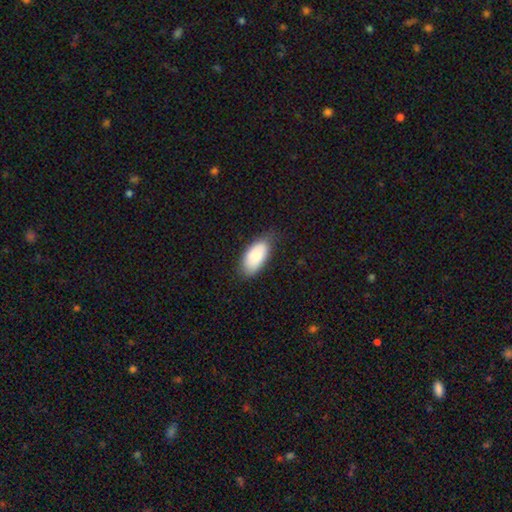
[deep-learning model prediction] Smooth or featured: smooth — 87% (featured or disk — 8%)
How rounded: in between — 94% (cigar-shaped — 4%)
Merging: none — 71% (minor disturbance — 23%)